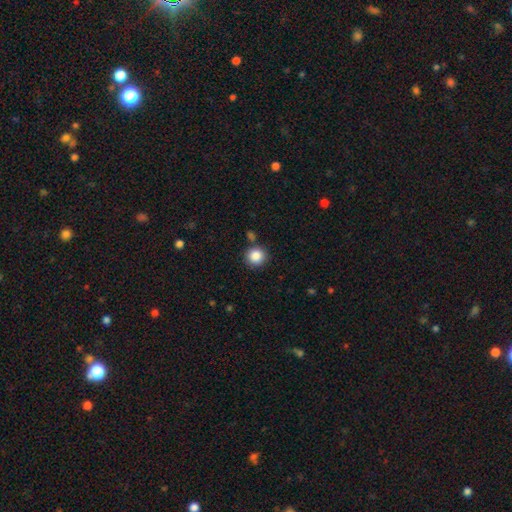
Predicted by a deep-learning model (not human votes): Smooth or featured? smooth (87%)
How rounded? round (93%)
Merging? none (85%)